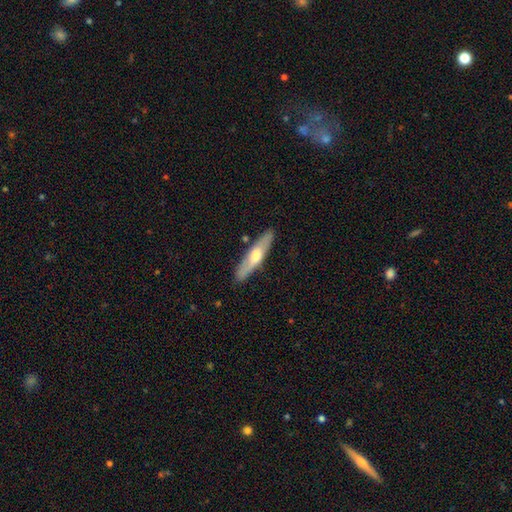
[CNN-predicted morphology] Smooth or featured?
  - featured or disk: 49% *
  - smooth: 45%
  - star or artifact: 5%
Merging?
  - none: 87% *
  - minor disturbance: 10%
  - major disturbance: 2%
  - merger: 2%